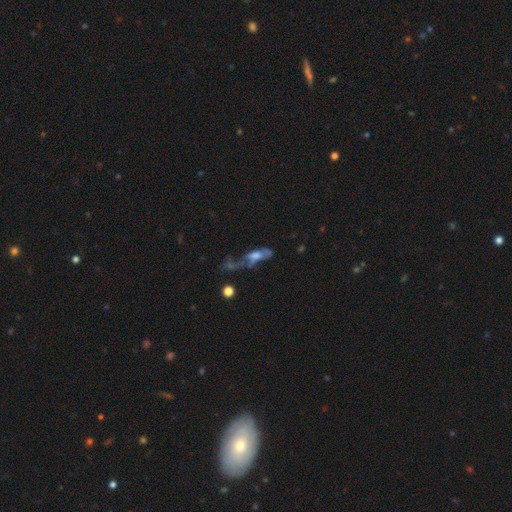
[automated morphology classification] type=featured or disk (51%); edge-on=no (75%); merging=major disturbance (49%).